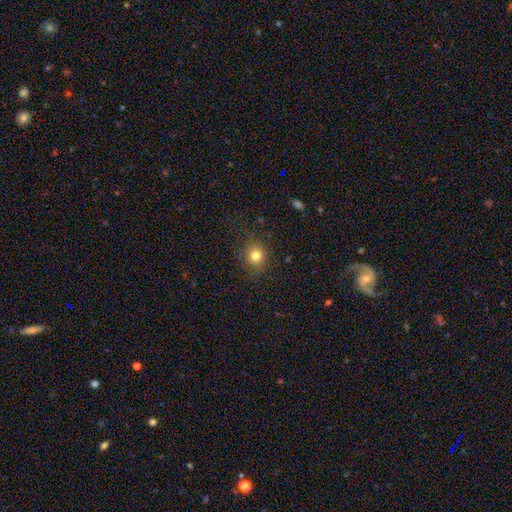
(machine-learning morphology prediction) A smooth galaxy with no disk features (79%) that is round (82%). Merging: none (84%).